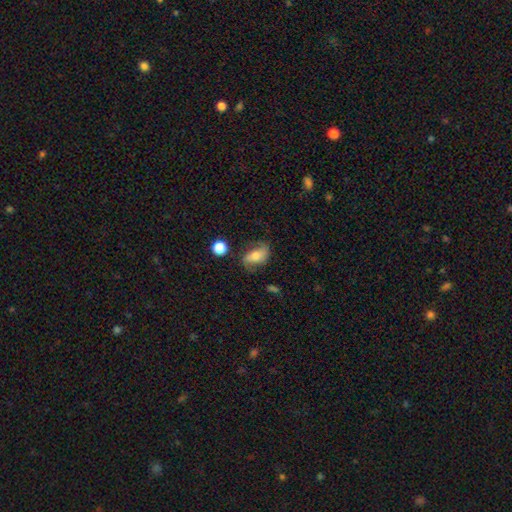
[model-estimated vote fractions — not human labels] Smooth or featured? Predicted: featured or disk (p=0.46). Merging? Predicted: none (p=0.63).